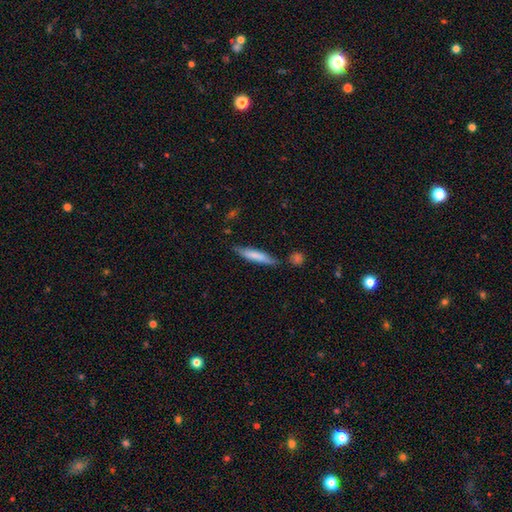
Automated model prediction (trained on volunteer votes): This appears to be a smooth galaxy with no disk features (73%) that is cigar-shaped (86%). Merging: none (71%).